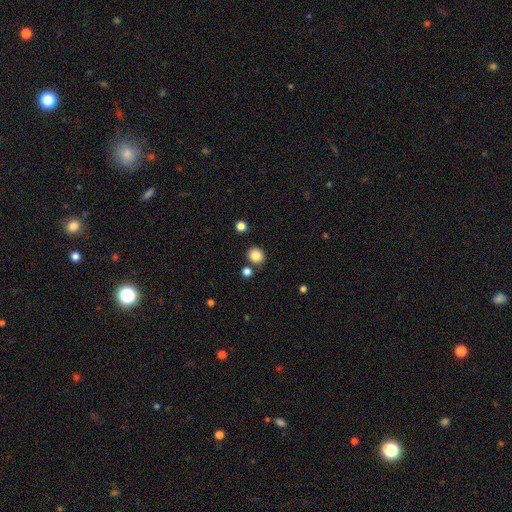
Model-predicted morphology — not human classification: Smooth or featured? smooth (84%)
How rounded? round (78%)
Merging? none (83%)